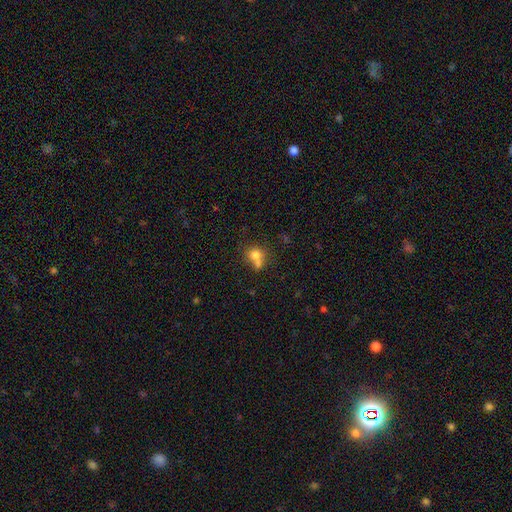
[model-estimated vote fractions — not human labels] The model was most divided on "merging": merger: 48%, none: 37%, minor disturbance: 10%, major disturbance: 5%. More confident: how rounded — round (74%); smooth or featured — smooth (73%).